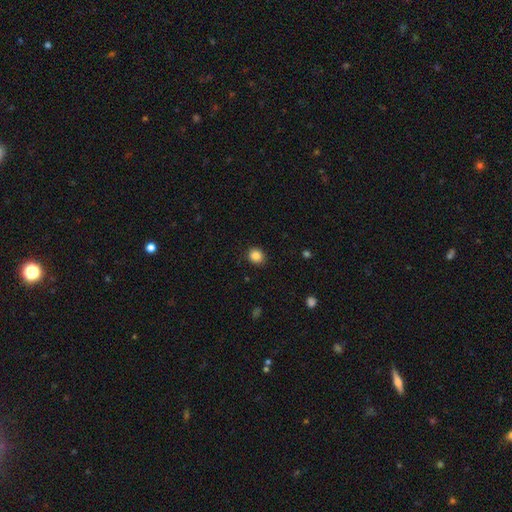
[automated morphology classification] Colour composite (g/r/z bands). It shows a smooth galaxy with no disk features (85%) that is round (77%). Merging: none (89%).